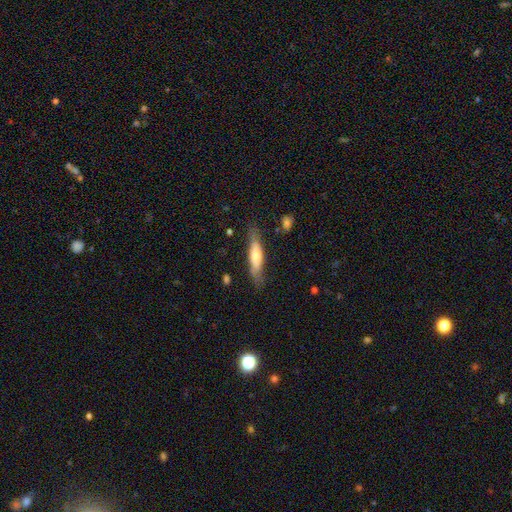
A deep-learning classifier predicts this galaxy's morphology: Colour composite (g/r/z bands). It shows a smooth galaxy with no disk features (57%) that is cigar-shaped (74%). Merging: none (76%).